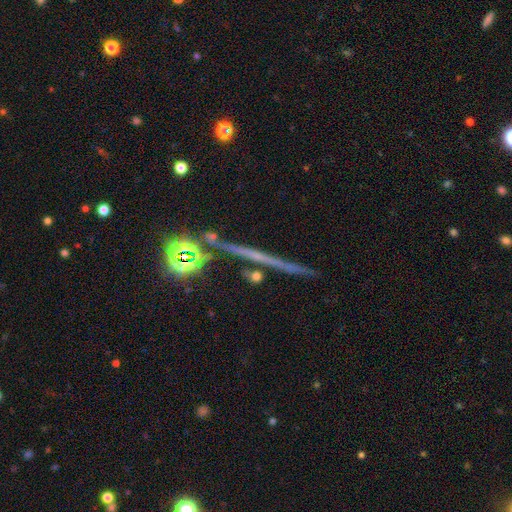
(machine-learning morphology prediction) This is possibly a featured or disk galaxy (56%). It is clearly viewed edge-on (96%). Edge-on bulge: likely none (76%). Merging: clearly none (86%).